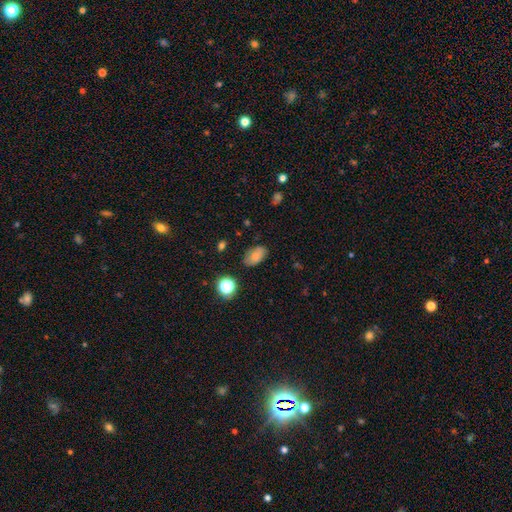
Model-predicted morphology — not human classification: smooth-or-featured: smooth: 78% | star or artifact: 12% | featured or disk: 10%
  how-rounded: in between: 89% | round: 10% | cigar-shaped: 2%
  merging: none: 77% | minor disturbance: 17% | major disturbance: 4% | merger: 2%